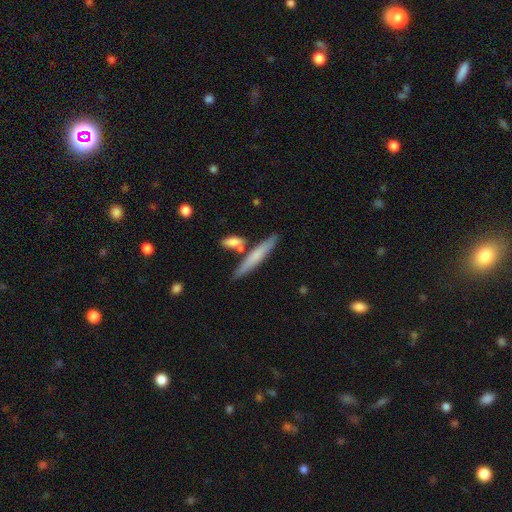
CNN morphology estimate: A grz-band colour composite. It shows a smooth galaxy with no disk features (62%) that is cigar-shaped (92%). Merging: none (75%).